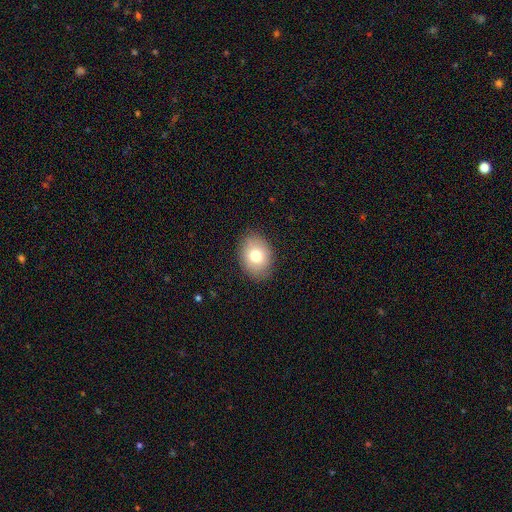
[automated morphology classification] smooth-or-featured: smooth: 76% | featured or disk: 15% | star or artifact: 10%
  how-rounded: in between: 64% | round: 35% | cigar-shaped: 1%
  merging: none: 86% | minor disturbance: 11% | major disturbance: 3% | merger: 1%